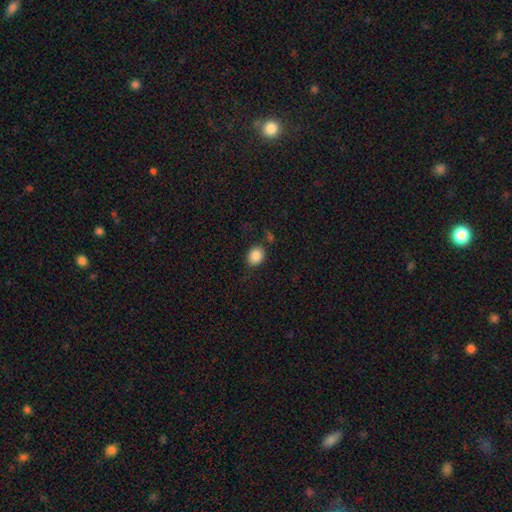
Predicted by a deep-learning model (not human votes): smooth_or_featured: smooth (p=0.86) [alt: star or artifact p=0.09]
how_rounded: round (p=0.52) [alt: in between p=0.48]
merging: none (p=0.77) [alt: minor disturbance p=0.14]